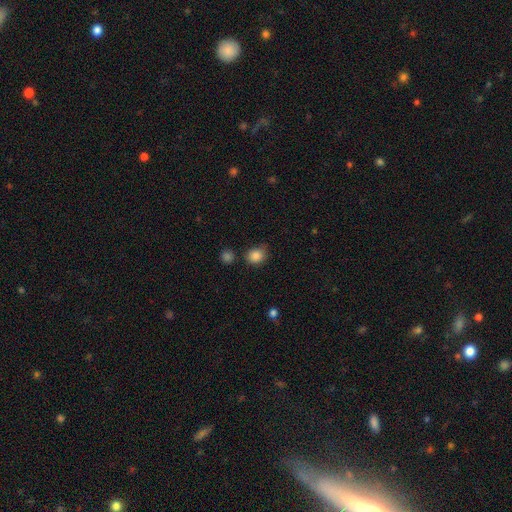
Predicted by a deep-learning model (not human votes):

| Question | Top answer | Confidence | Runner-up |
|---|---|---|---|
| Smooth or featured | smooth | 85% | star or artifact (10%) |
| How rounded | round | 71% | in between (28%) |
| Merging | none | 72% | minor disturbance (19%) |